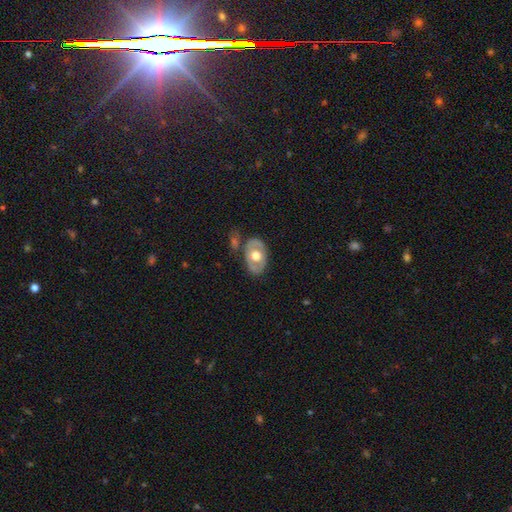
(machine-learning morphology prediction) The model was most divided on "smooth or featured": featured or disk: 54%, smooth: 40%, star or artifact: 6%. More confident: edge-on disk — no (89%); merging — none (68%).